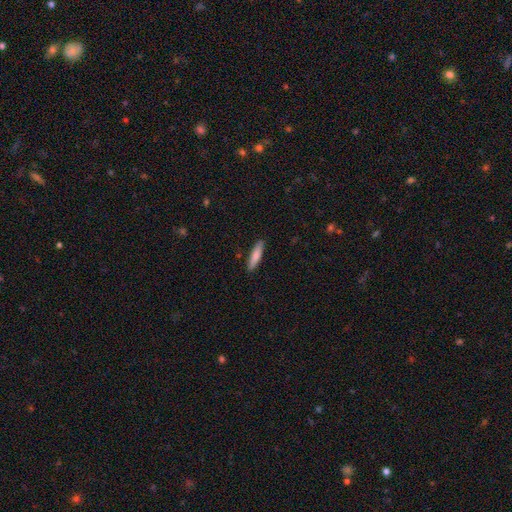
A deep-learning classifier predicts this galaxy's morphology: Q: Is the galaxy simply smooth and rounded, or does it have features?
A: smooth — 82%.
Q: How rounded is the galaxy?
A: cigar-shaped — 81%.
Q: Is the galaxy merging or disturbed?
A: none — 89%.